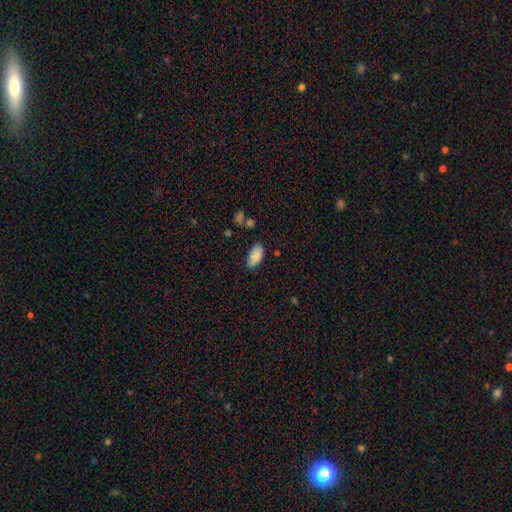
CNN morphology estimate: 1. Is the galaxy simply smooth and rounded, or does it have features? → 86% smooth, 7% star or artifact, 7% featured or disk.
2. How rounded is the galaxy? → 93% in between, 4% cigar-shaped, 3% round.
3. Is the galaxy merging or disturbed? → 67% none, 25% minor disturbance, 5% major disturbance, 3% merger.